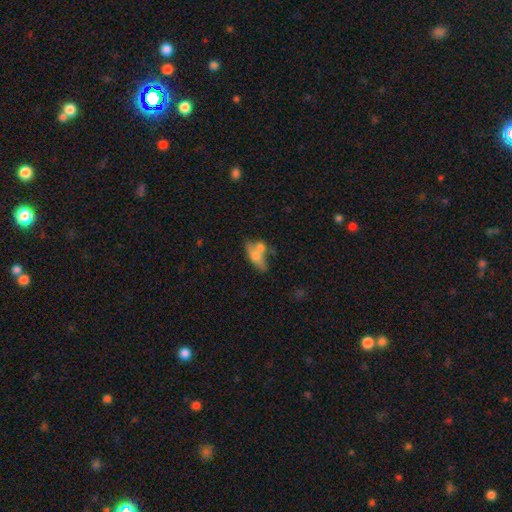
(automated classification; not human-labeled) A smooth galaxy with no disk features (55%) that is in between round and cigar-shaped (66%). Merging: merger (47%).